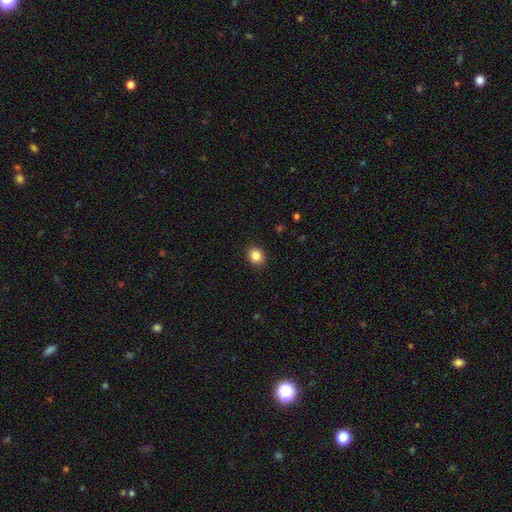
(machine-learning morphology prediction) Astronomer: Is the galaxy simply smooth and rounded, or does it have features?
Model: smooth — 85%.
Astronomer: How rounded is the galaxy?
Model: round — 62% (runner-up: in between, 37%).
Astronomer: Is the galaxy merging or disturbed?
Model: none — 90%.